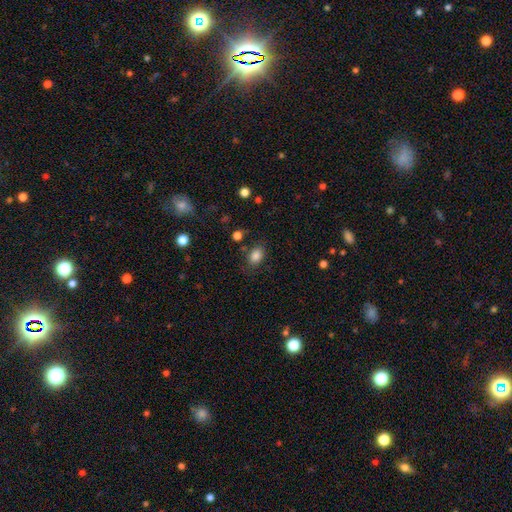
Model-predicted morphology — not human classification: Smooth or featured: smooth — 84% (star or artifact — 10%)
How rounded: in between — 74% (round — 25%)
Merging: none — 77% (minor disturbance — 15%)